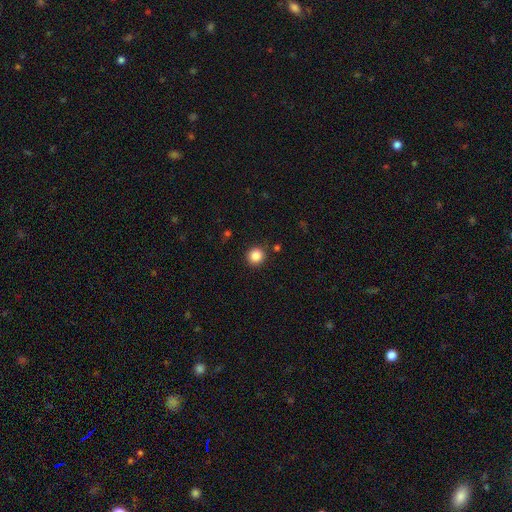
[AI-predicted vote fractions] Smooth or featured? smooth (86%)
How rounded? round (93%)
Merging? none (89%)